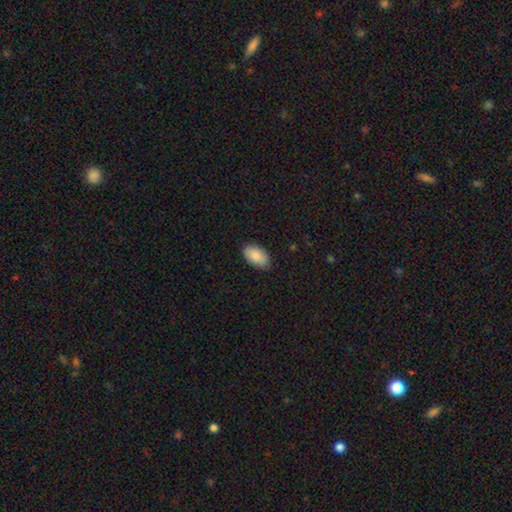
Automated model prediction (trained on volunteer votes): Q: Smooth or featured?
A: smooth (87%); runner-up: featured or disk (7%)
Q: How rounded?
A: in between (94%); runner-up: round (4%)
Q: Merging?
A: none (86%); runner-up: minor disturbance (11%)